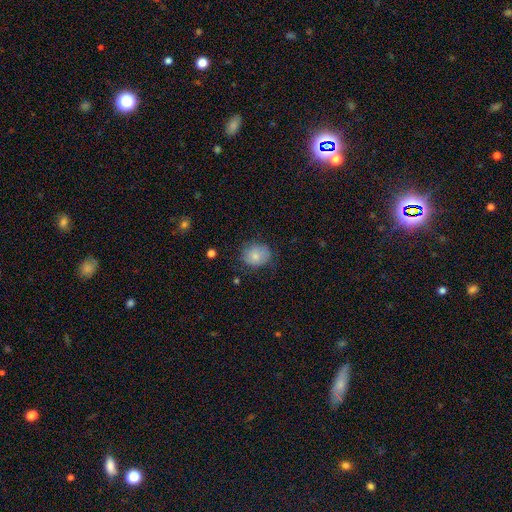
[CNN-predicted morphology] Smooth or featured? Predicted: smooth (p=0.79). How rounded? Predicted: round (p=0.60). Merging? Predicted: none (p=0.69).